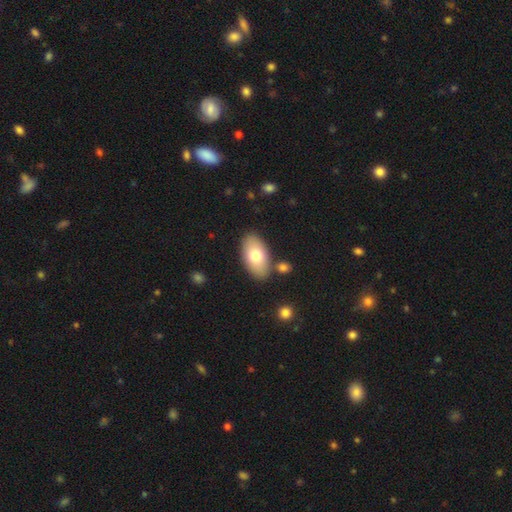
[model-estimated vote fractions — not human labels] A smooth galaxy with no disk features (74%) that is in between round and cigar-shaped (94%).

Vote fractions:
- Smooth or featured? smooth: 74% / featured or disk: 20% / star or artifact: 6%
- How rounded? in between: 94% / round: 4% / cigar-shaped: 2%
- Merging? none: 81% / minor disturbance: 10% / merger: 6% / major disturbance: 3%